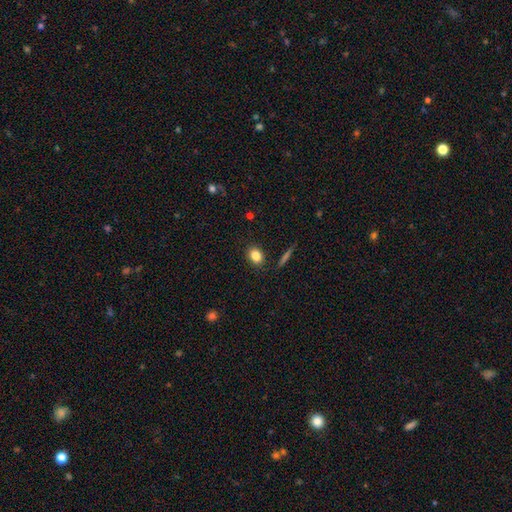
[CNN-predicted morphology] type=smooth (84%); roundness=in between (58%); merging=none (88%).